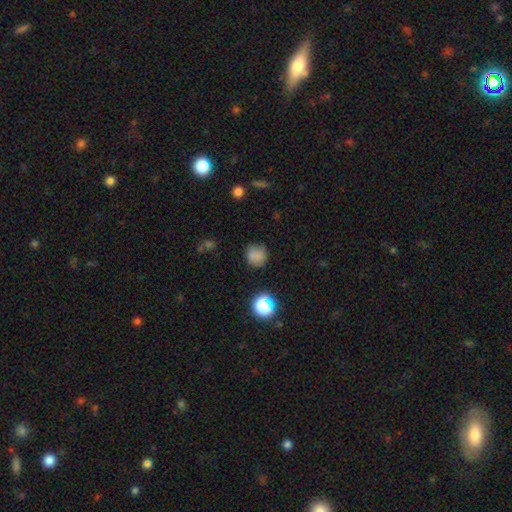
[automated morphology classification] The model was most divided on "smooth or featured": smooth: 78%, star or artifact: 15%, featured or disk: 7%. More confident: how rounded — round (89%); merging — none (79%).